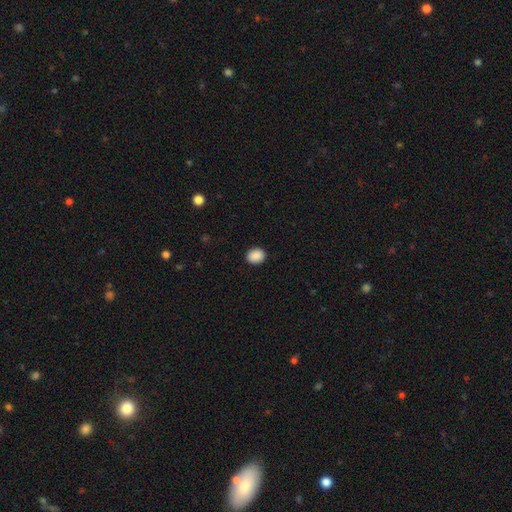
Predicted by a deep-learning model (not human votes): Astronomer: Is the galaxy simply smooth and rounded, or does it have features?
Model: smooth — 90%.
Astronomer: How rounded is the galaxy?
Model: round — 55% (runner-up: in between, 45%).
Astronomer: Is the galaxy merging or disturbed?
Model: none — 91%.